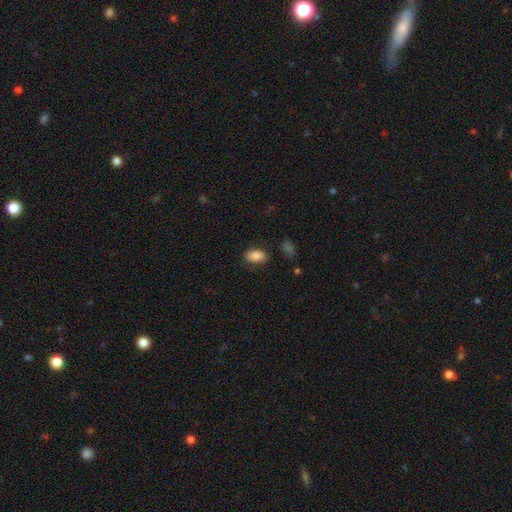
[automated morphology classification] Smooth or featured? Predicted: smooth (p=0.86). How rounded? Predicted: in between (p=0.91). Merging? Predicted: none (p=0.81).